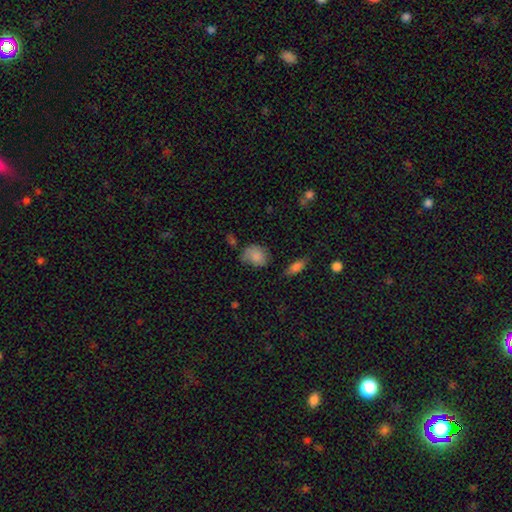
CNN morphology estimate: This is likely a smooth galaxy (78%). How rounded: possibly in between (56%). Merging: possibly none (49%).